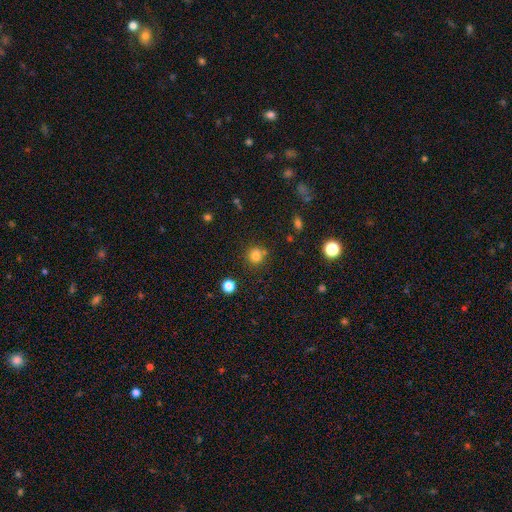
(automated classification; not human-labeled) Q: Smooth or featured?
A: smooth (79%); runner-up: star or artifact (15%)
Q: How rounded?
A: round (89%); runner-up: in between (10%)
Q: Merging?
A: none (73%); runner-up: merger (12%)